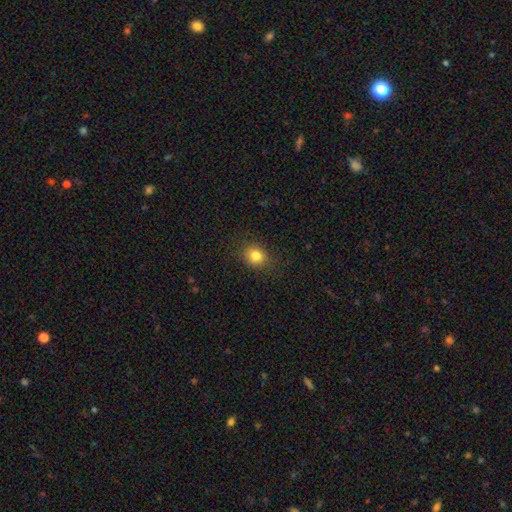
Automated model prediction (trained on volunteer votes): smooth 81%, star or artifact 12%, featured or disk 7%. Down the decision tree: how rounded — round (68%); merging — none (86%).